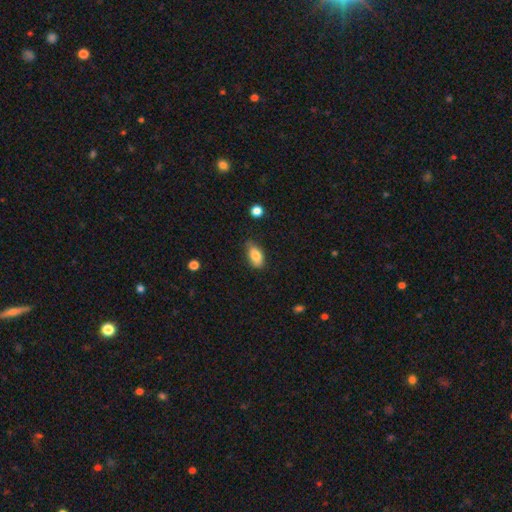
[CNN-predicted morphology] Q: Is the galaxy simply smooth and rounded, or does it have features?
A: smooth — 81%.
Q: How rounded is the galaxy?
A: in between — 90%.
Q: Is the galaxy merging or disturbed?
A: none — 68%.